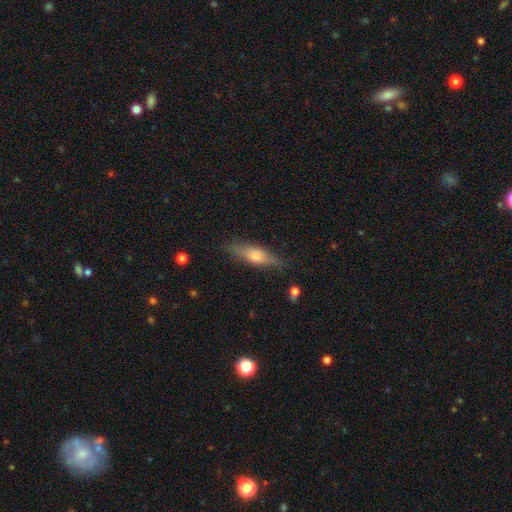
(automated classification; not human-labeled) Smooth or featured? smooth (58%)
How rounded? cigar-shaped (52%)
Merging? none (76%)